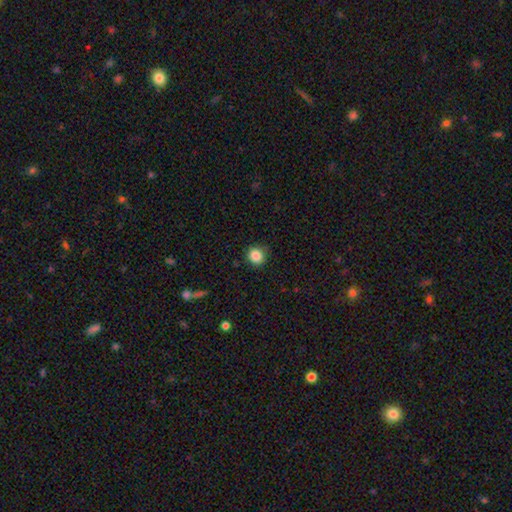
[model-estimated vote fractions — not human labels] Smooth or featured? smooth (86%)
How rounded? round (84%)
Merging? none (87%)